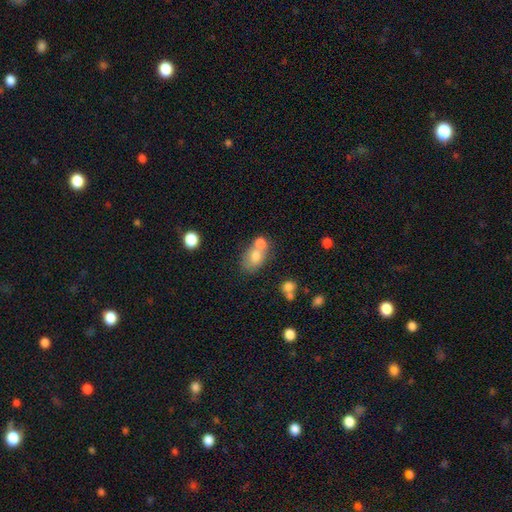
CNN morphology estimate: smooth_or_featured: smooth (p=0.71) [alt: featured or disk p=0.19]
how_rounded: in between (p=0.70) [alt: round p=0.28]
merging: merger (p=0.51) [alt: none p=0.33]